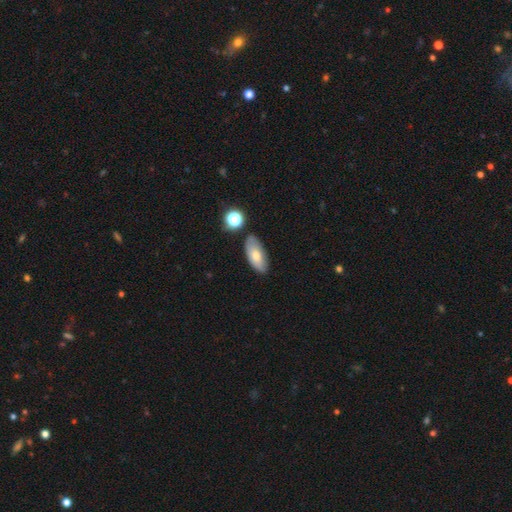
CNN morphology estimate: Smooth or featured? Predicted: smooth (p=0.72). How rounded? Predicted: in between (p=0.88). Merging? Predicted: none (p=0.76).